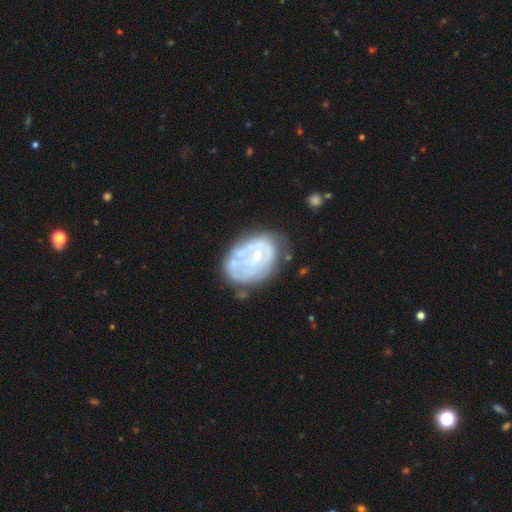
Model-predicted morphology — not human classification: This is likely a featured or disk galaxy (68%). It is clearly not viewed edge-on (97%). Bar: likely no (75%). Spiral arm pattern: possibly no (51%). Central bulge: likely small (68%). Merging: possibly none (49%).